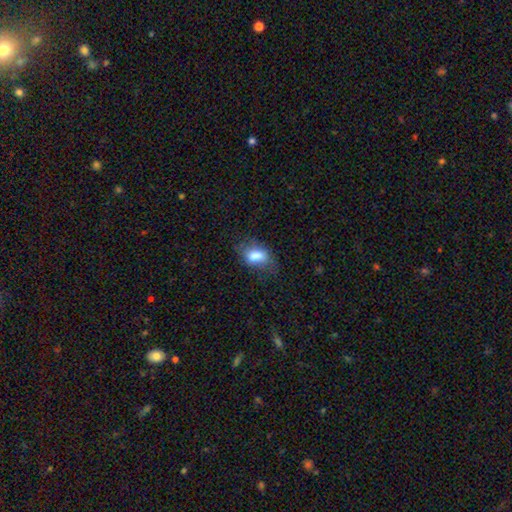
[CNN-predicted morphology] This appears to be a smooth galaxy with no disk features (78%) that is in between round and cigar-shaped (86%). Merging: none (55%).